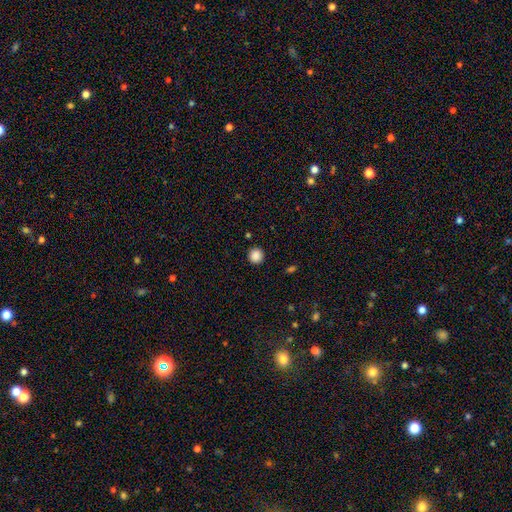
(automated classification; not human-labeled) smooth_or_featured: smooth (p=0.87) [alt: star or artifact p=0.10]
how_rounded: round (p=0.94) [alt: in between p=0.05]
merging: none (p=0.92) [alt: minor disturbance p=0.05]